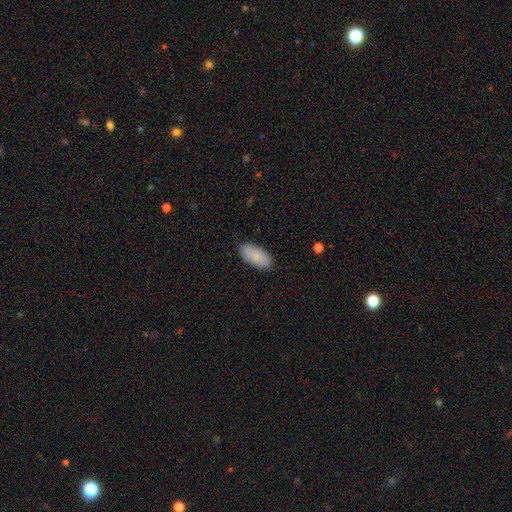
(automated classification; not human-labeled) Smooth or featured? smooth (88%)
How rounded? in between (93%)
Merging? none (87%)